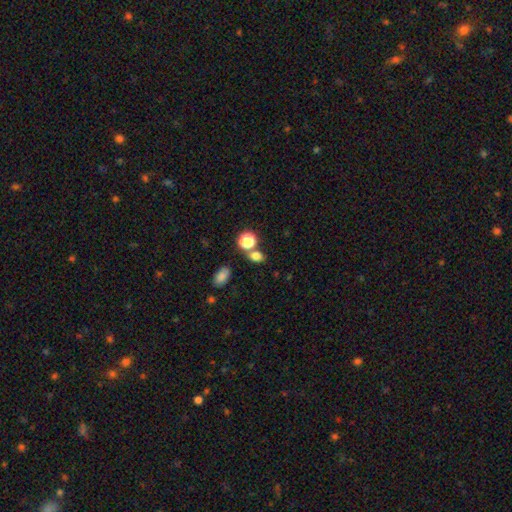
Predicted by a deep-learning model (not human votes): The model was most divided on "how rounded": in between: 54%, round: 44%, cigar-shaped: 2%. More confident: smooth or featured — smooth (75%); merging — none (64%).